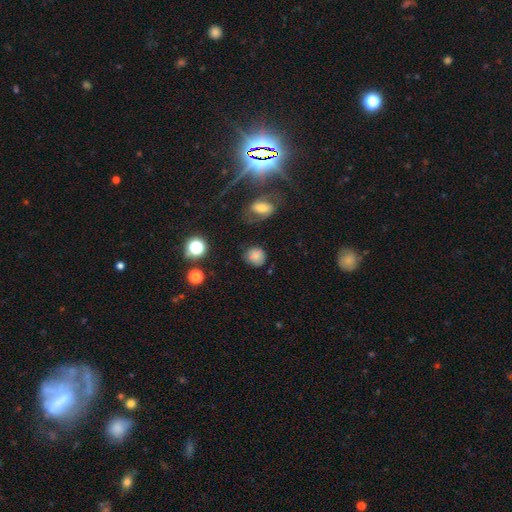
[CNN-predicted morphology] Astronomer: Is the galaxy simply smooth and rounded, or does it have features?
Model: smooth — 78%.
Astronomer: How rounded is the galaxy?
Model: round — 77%.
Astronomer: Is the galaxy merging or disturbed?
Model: none — 68%.